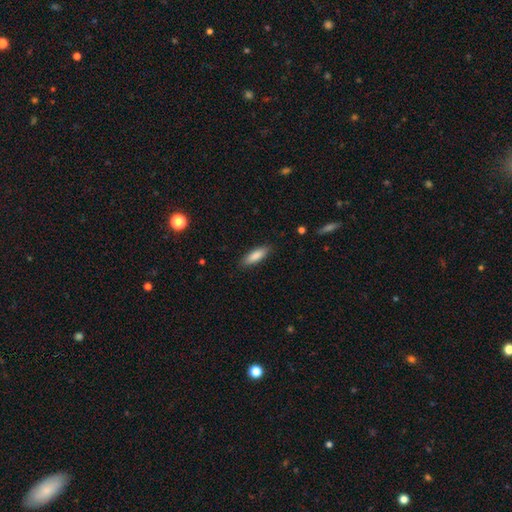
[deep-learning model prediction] A smooth galaxy with no disk features (86%) that is in between round and cigar-shaped (53%). Merging: none (87%).